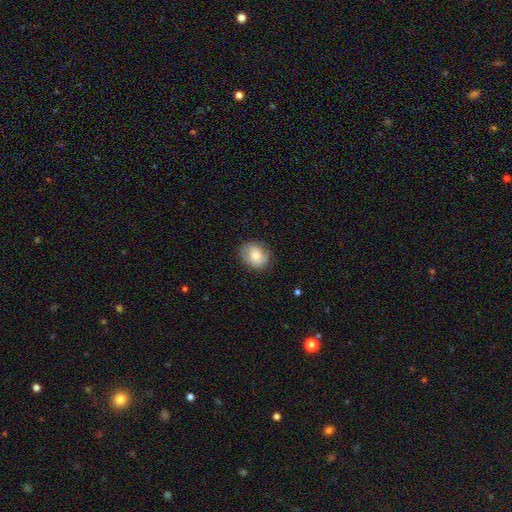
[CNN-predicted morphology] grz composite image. It shows a smooth galaxy with no disk features (68%) that is round (53%). Merging: none (77%).